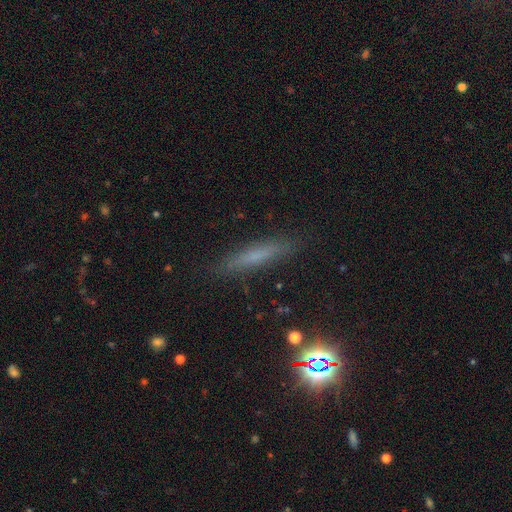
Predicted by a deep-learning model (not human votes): Overall: smooth (57%; featured or disk 27%). How rounded: cigar-shaped (88%). Merging: none (86%).